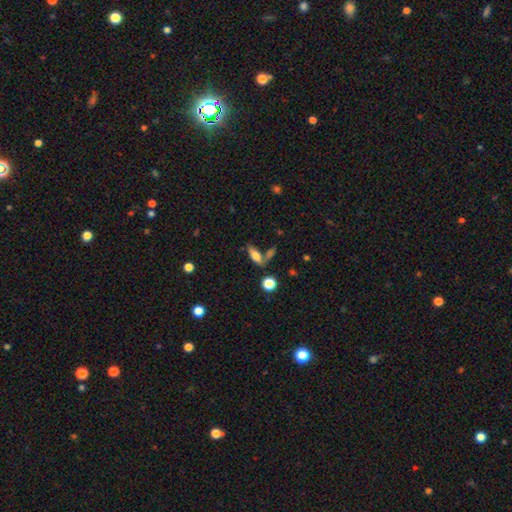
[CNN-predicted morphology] smooth_or_featured: smooth (p=0.65) [alt: featured or disk p=0.25]
how_rounded: in between (p=0.66) [alt: cigar-shaped p=0.30]
merging: none (p=0.58) [alt: merger p=0.20]